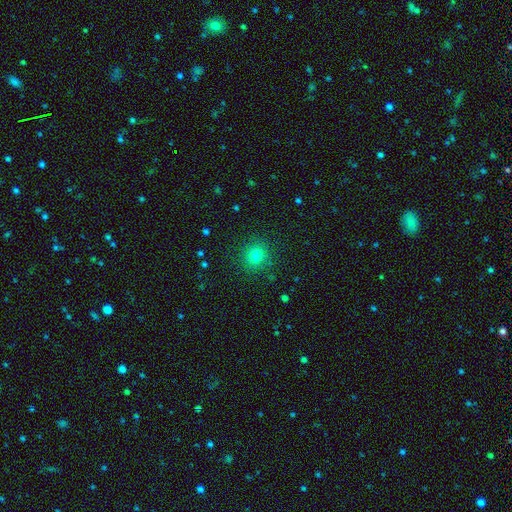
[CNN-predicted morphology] Smooth or featured? Predicted: smooth (p=0.78). How rounded? Predicted: round (p=0.88). Merging? Predicted: none (p=0.89).